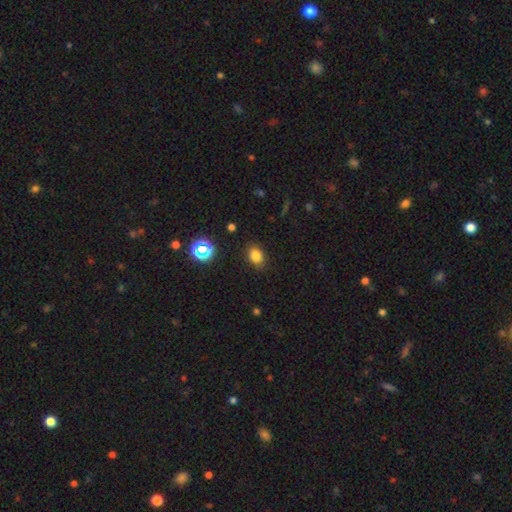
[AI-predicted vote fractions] Smooth or featured: smooth — 79% (star or artifact — 15%)
How rounded: in between — 65% (round — 34%)
Merging: none — 85% (minor disturbance — 11%)